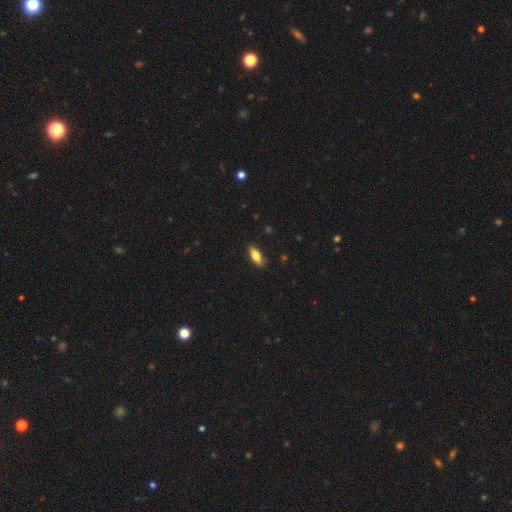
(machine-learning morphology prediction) The model was most divided on "how rounded": in between: 71%, cigar-shaped: 26%, round: 2%. More confident: merging — none (85%); smooth or featured — smooth (78%).